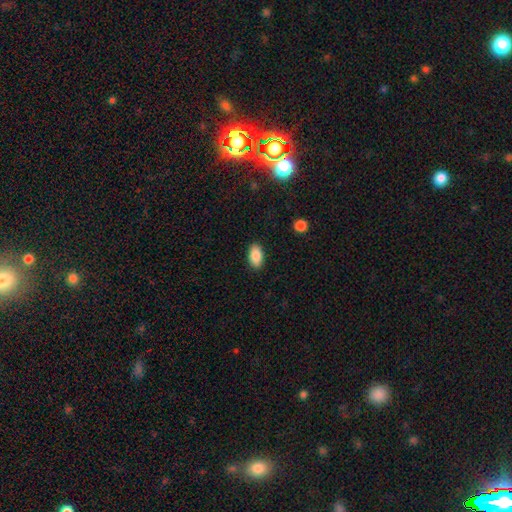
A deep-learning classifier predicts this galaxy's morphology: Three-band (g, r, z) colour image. It shows a smooth galaxy with no disk features (88%) that is in between round and cigar-shaped (94%). Merging: none (89%).